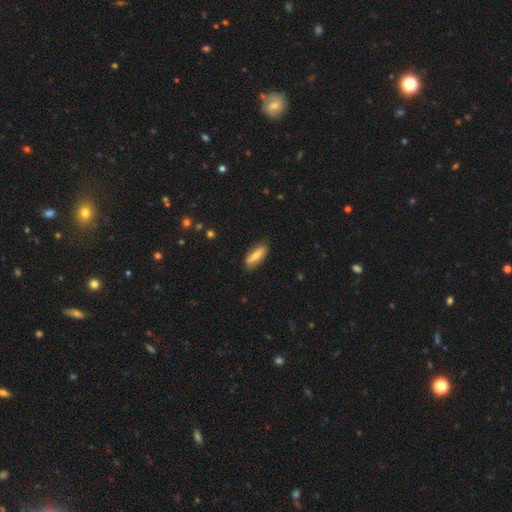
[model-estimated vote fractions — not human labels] smooth 63%, featured or disk 31%, star or artifact 6%. Down the decision tree: how rounded — in between (56%); merging — none (83%).